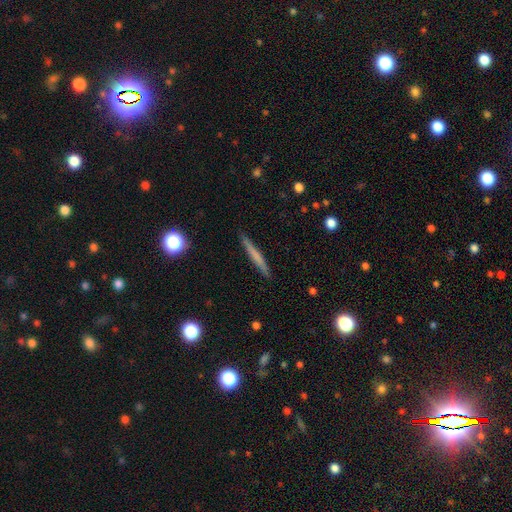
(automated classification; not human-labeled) smooth_or_featured: smooth (p=0.56) [alt: featured or disk p=0.37]
how_rounded: cigar-shaped (p=0.96) [alt: in between p=0.03]
merging: none (p=0.91) [alt: minor disturbance p=0.07]